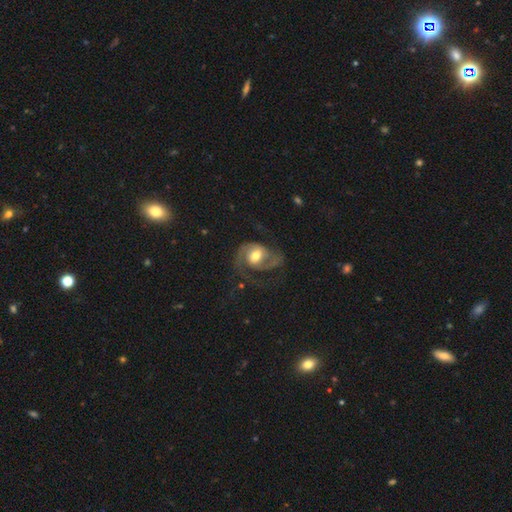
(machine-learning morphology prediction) A featured or disk galaxy (82%) with no bar (48%), 2 (74%) medium (51%) spiral arms (95%) and a moderate central bulge (69%).

Vote fractions:
- Smooth or featured? featured or disk: 82% / smooth: 12% / star or artifact: 5%
- Edge-on disk? no: 97% / yes: 3%
- Bar? no: 48% / weak: 40% / strong: 12%
- Spiral arms? yes: 95% / no: 5%
- Spiral winding? medium: 51% / loose: 28% / tight: 21%
- Spiral arm count? 2: 74% / 1: 13% / can't tell: 5% / 3: 5% / 4: 2% / more than 4: 1%
- Bulge size? moderate: 69% / large: 17% / small: 12% / dominant: 1% / none: 1%
- Merging? none: 51% / major disturbance: 28% / minor disturbance: 19% / merger: 2%